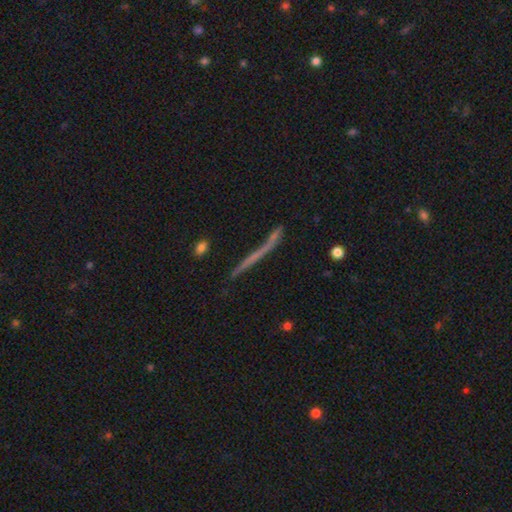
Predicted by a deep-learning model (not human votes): The model was most divided on "smooth or featured": featured or disk: 49%, smooth: 40%, star or artifact: 10%. More confident: merging — none (72%).